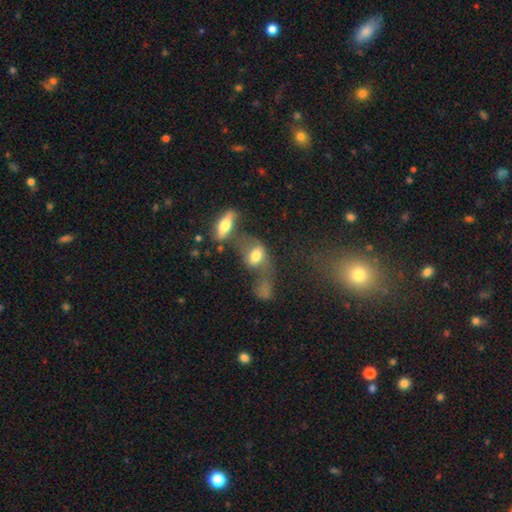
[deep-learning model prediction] Smooth or featured?
  - smooth: 59% *
  - featured or disk: 29%
  - star or artifact: 12%
How rounded?
  - in between: 80% *
  - round: 15%
  - cigar-shaped: 5%
Merging?
  - merger: 50% *
  - major disturbance: 23%
  - none: 16%
  - minor disturbance: 10%